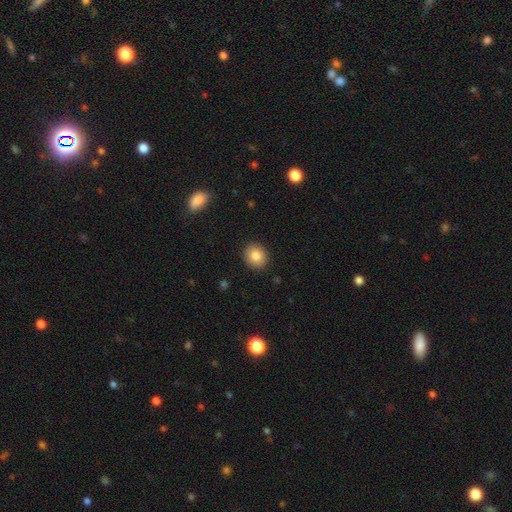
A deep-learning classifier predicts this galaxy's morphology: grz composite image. It shows a smooth galaxy with no disk features (83%) that is round (74%). Merging: none (90%).